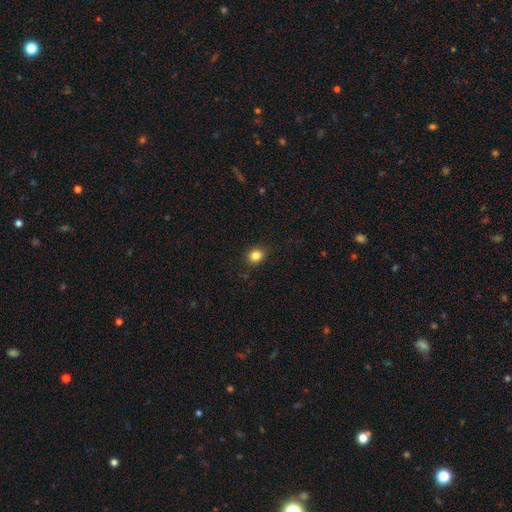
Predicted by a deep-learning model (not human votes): Smooth or featured: smooth — 84% (star or artifact — 11%)
How rounded: round — 69% (in between — 30%)
Merging: none — 88% (minor disturbance — 8%)